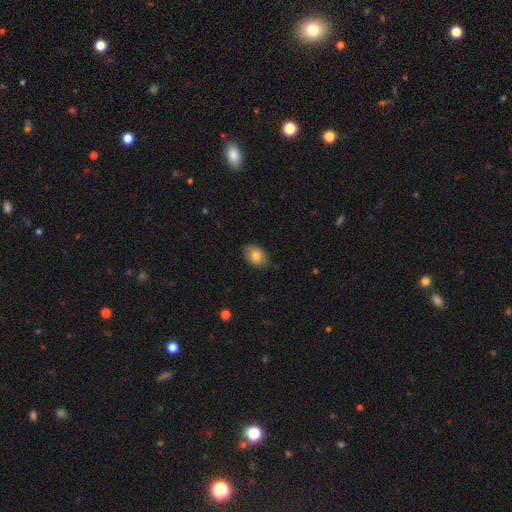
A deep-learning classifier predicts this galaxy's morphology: Smooth or featured? Predicted: smooth (p=0.83). How rounded? Predicted: in between (p=0.81). Merging? Predicted: none (p=0.85).